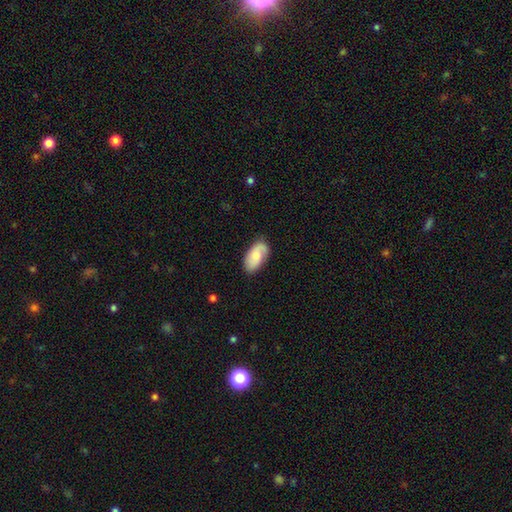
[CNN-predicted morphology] A smooth galaxy with no disk features (61%) that is in between round and cigar-shaped (94%).

Vote fractions:
- Smooth or featured? smooth: 61% / featured or disk: 33% / star or artifact: 7%
- How rounded? in between: 94% / round: 4% / cigar-shaped: 3%
- Merging? none: 71% / minor disturbance: 21% / major disturbance: 6% / merger: 2%